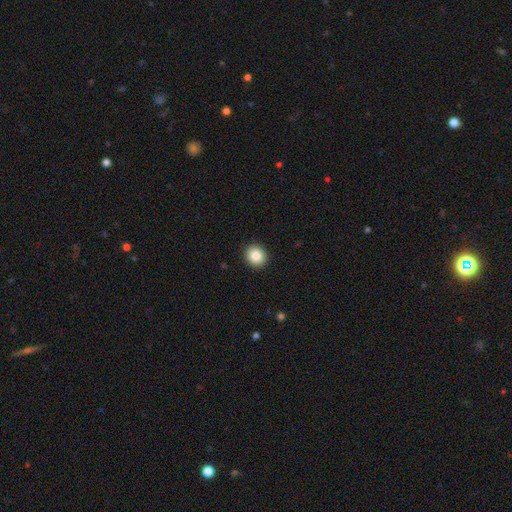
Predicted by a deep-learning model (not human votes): This is clearly a smooth galaxy (85%). How rounded: clearly round (80%). Merging: clearly none (92%).